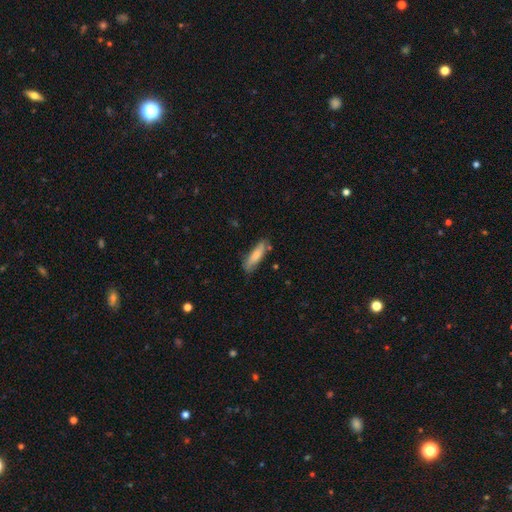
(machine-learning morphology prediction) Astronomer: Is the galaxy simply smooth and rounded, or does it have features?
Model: smooth — 79%.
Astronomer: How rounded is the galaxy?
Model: cigar-shaped — 64%.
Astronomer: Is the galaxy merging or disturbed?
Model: none — 71%.